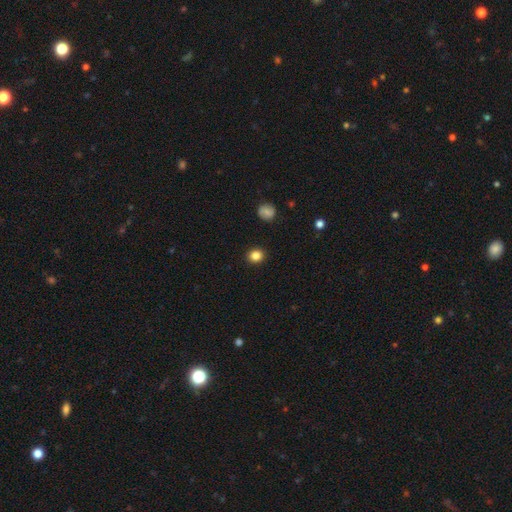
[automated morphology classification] A smooth galaxy with no disk features (85%) that is round (79%).

Vote fractions:
- Smooth or featured? smooth: 85% / star or artifact: 11% / featured or disk: 5%
- How rounded? round: 79% / in between: 21% / cigar-shaped: 1%
- Merging? none: 91% / minor disturbance: 6% / major disturbance: 2% / merger: 1%